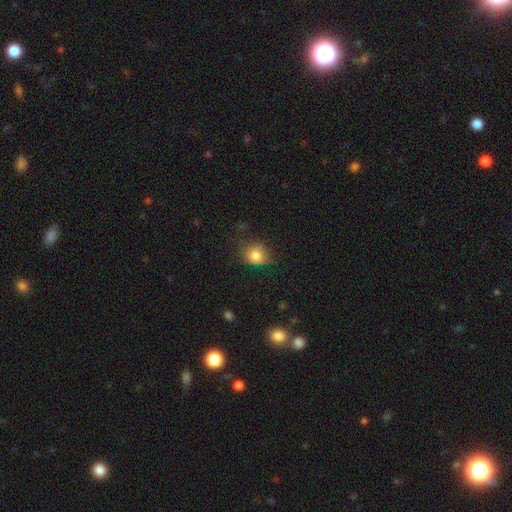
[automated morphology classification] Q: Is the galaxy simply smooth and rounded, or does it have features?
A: smooth — 79%.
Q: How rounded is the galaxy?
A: round — 63%.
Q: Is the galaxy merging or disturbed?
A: none — 58%.